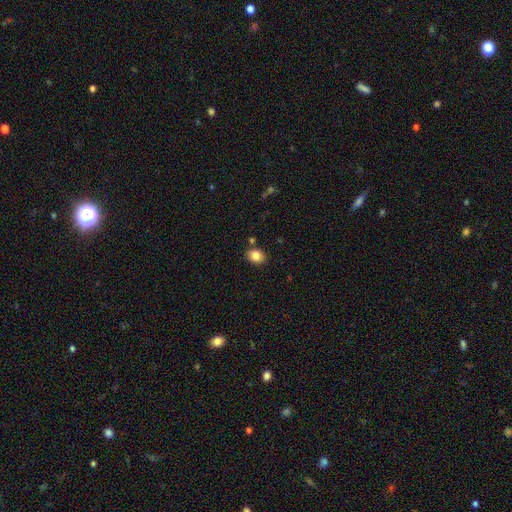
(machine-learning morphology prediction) Q: Smooth or featured?
A: smooth (83%); runner-up: star or artifact (10%)
Q: How rounded?
A: in between (56%); runner-up: round (43%)
Q: Merging?
A: none (82%); runner-up: minor disturbance (10%)